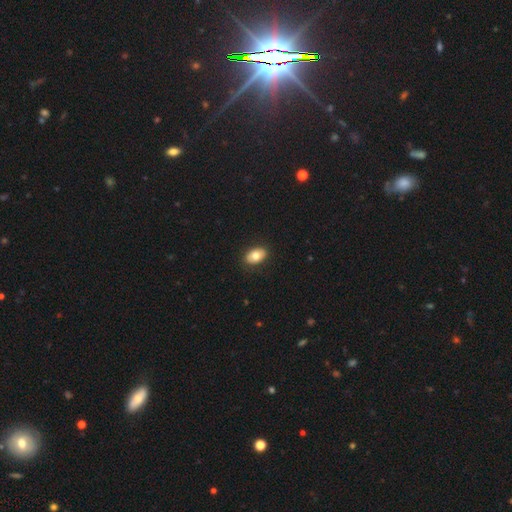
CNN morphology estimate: The model was most divided on "smooth or featured": smooth: 76%, featured or disk: 17%, star or artifact: 7%. More confident: how rounded — in between (88%); merging — none (88%).